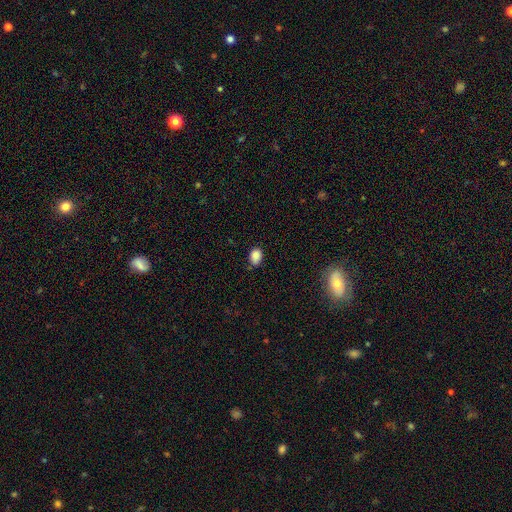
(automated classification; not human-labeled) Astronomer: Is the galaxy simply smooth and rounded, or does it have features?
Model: smooth — 86%.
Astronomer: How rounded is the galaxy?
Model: in between — 73%.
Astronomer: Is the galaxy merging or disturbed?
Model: none — 67%.